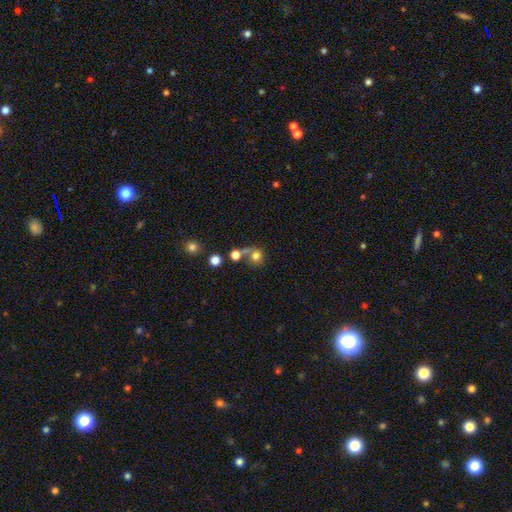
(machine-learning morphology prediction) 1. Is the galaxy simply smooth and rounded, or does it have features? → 73% smooth, 14% featured or disk, 14% star or artifact.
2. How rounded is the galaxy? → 80% round, 19% in between, 1% cigar-shaped.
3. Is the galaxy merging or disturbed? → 41% none, 37% merger, 11% major disturbance, 11% minor disturbance.